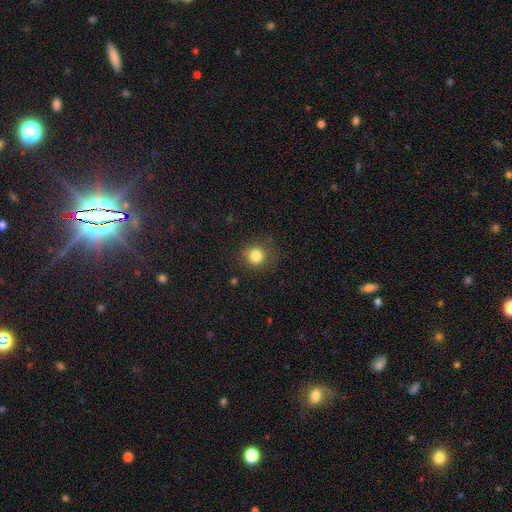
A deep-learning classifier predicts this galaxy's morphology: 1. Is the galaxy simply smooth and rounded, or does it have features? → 83% smooth, 12% star or artifact, 6% featured or disk.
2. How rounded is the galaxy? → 89% round, 10% in between, 1% cigar-shaped.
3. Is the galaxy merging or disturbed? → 82% none, 12% minor disturbance, 5% major disturbance, 1% merger.